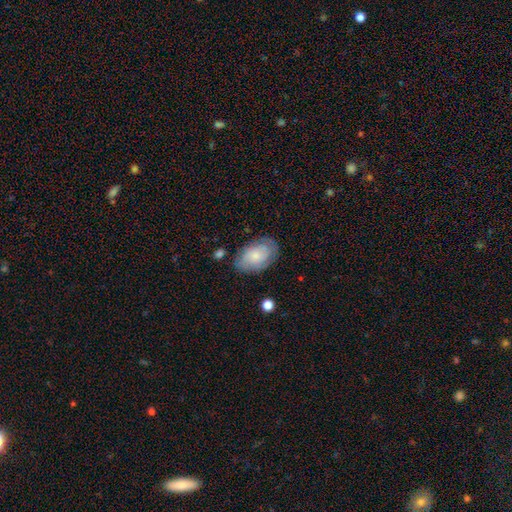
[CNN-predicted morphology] type=smooth (50%); roundness=in between (89%); merging=none (73%).